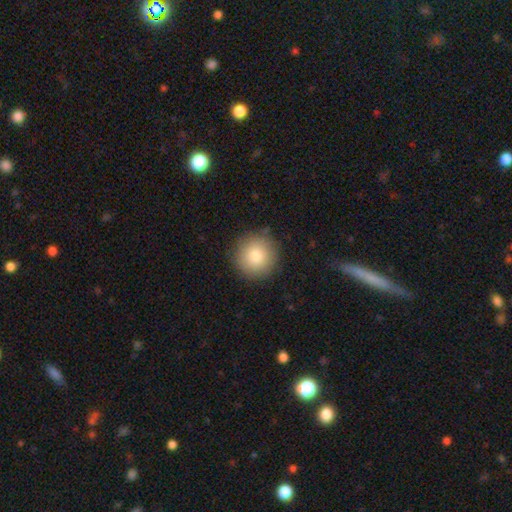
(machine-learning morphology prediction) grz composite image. It shows a smooth galaxy with no disk features (82%) that is round (95%). Merging: none (90%).